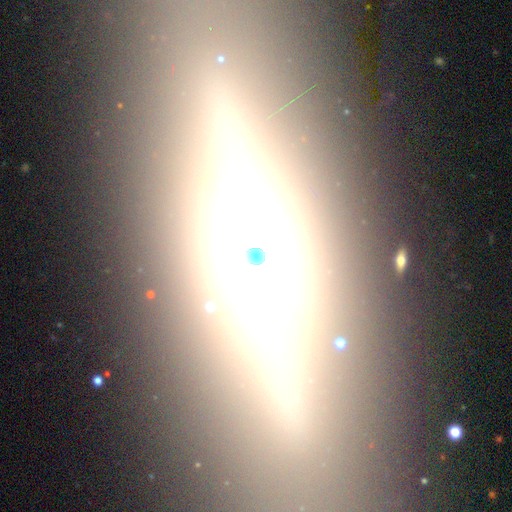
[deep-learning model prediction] Smooth or featured?
  - featured or disk: 43% *
  - star or artifact: 29%
  - smooth: 28%
Merging?
  - none: 88% *
  - minor disturbance: 7%
  - major disturbance: 3%
  - merger: 2%